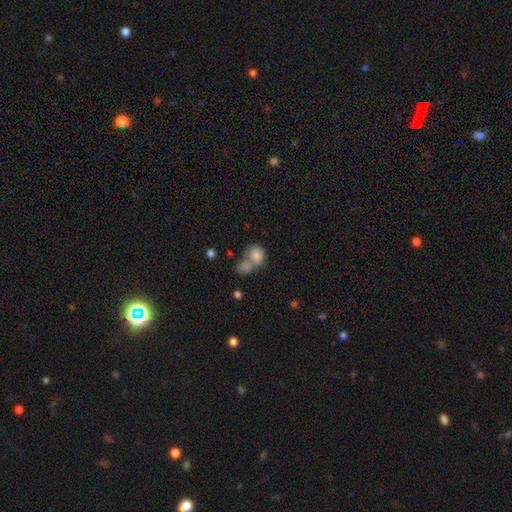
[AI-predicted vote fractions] A smooth galaxy with no disk features (77%) that is round (51%). Merging: merger (52%).